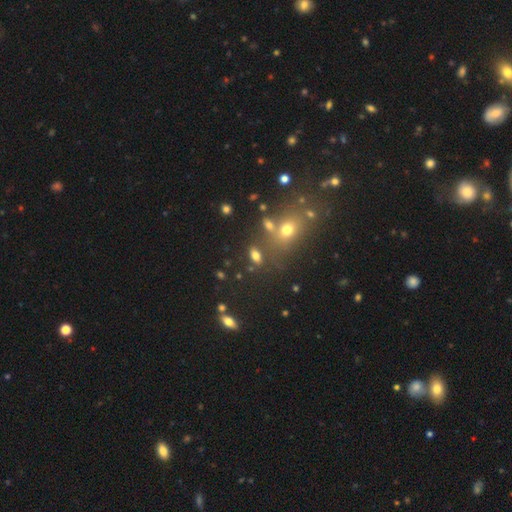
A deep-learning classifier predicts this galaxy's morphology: A smooth galaxy with no disk features (72%) that is in between round and cigar-shaped (82%). Merging: none (70%).